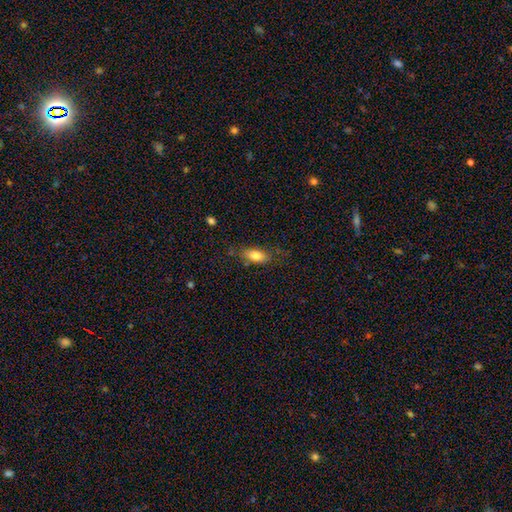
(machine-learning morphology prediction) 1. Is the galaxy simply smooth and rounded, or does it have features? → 80% smooth, 12% featured or disk, 7% star or artifact.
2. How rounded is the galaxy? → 85% in between, 10% cigar-shaped, 4% round.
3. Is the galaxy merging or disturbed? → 72% none, 19% minor disturbance, 6% major disturbance, 3% merger.